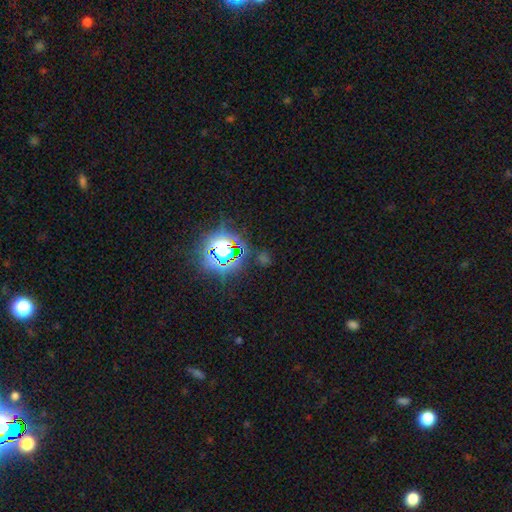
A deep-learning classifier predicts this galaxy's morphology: A star or artifact, not a galaxy (79%).